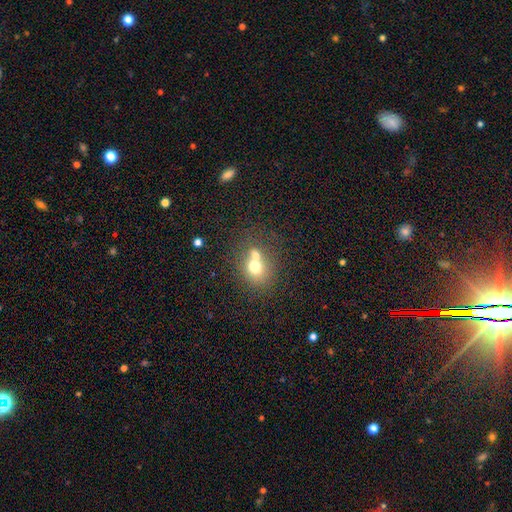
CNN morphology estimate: The model was most divided on "merging": merger: 49%, none: 38%, minor disturbance: 9%, major disturbance: 4%. More confident: smooth or featured — smooth (68%); how rounded — round (66%).